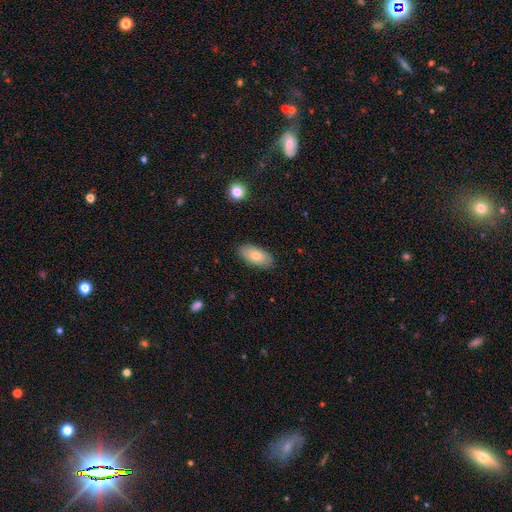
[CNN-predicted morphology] Smooth or featured? Predicted: smooth (p=0.74). How rounded? Predicted: in between (p=0.93). Merging? Predicted: none (p=0.86).